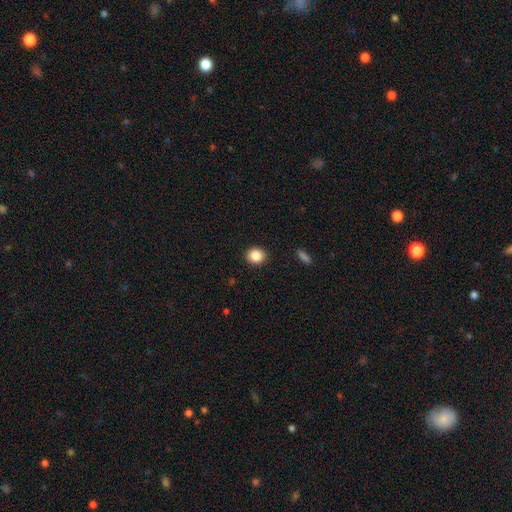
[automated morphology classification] The model was most divided on "how rounded": round: 79%, in between: 21%, cigar-shaped: 1%. More confident: merging — none (91%); smooth or featured — smooth (86%).